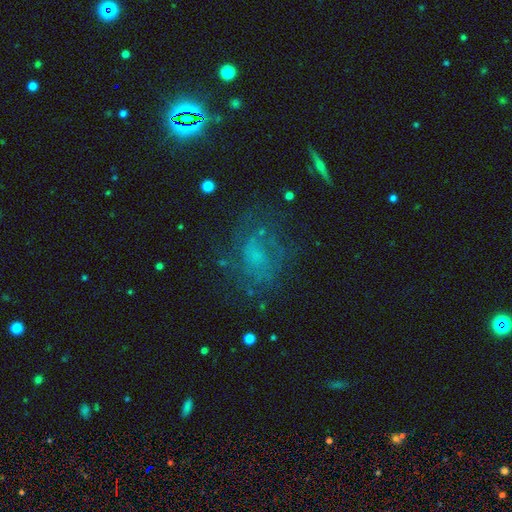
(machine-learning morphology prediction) featured or disk 46%, smooth 29%, star or artifact 26%. Down the decision tree: merging — none (63%).